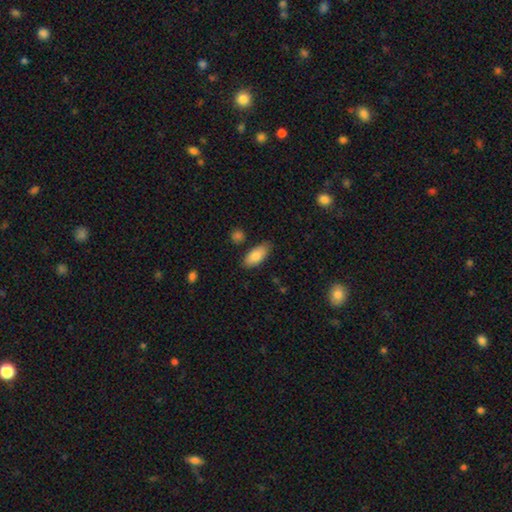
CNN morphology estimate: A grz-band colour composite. It shows a smooth galaxy with no disk features (83%) that is in between round and cigar-shaped (87%). Merging: none (81%).